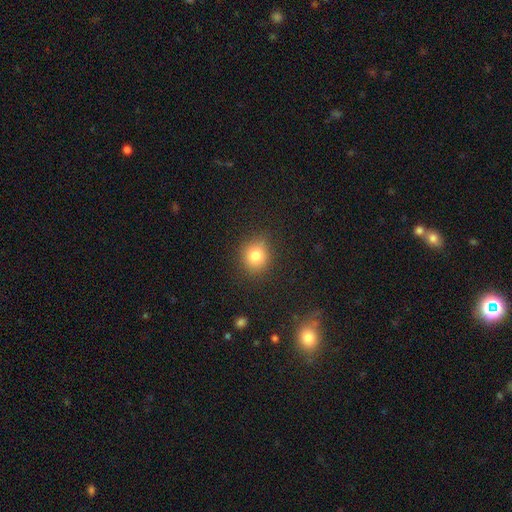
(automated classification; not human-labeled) Overall: smooth (80%). How rounded: round (80%). Merging: none (85%).